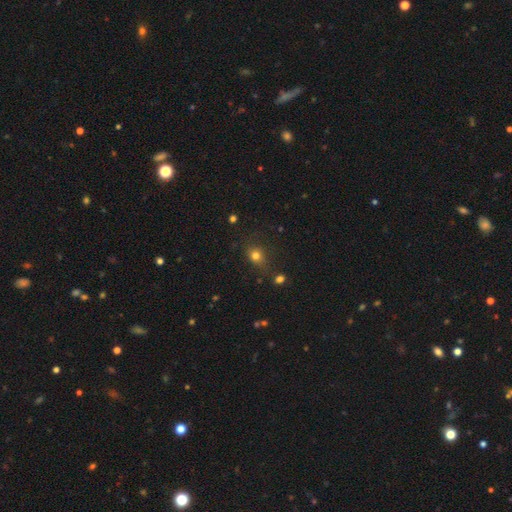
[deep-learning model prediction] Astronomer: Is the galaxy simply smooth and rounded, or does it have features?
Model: smooth — 76%.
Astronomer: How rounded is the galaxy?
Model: round — 65%.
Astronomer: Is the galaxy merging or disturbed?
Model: none — 75%.